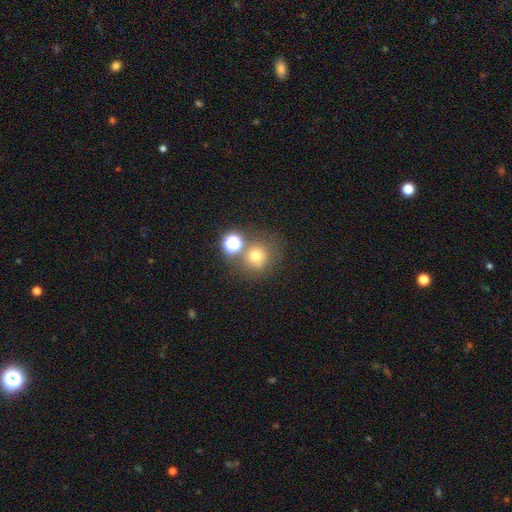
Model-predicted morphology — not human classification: smooth-or-featured: smooth: 70% | star or artifact: 19% | featured or disk: 11%
  how-rounded: round: 86% | in between: 13% | cigar-shaped: 1%
  merging: none: 61% | merger: 22% | minor disturbance: 12% | major disturbance: 6%